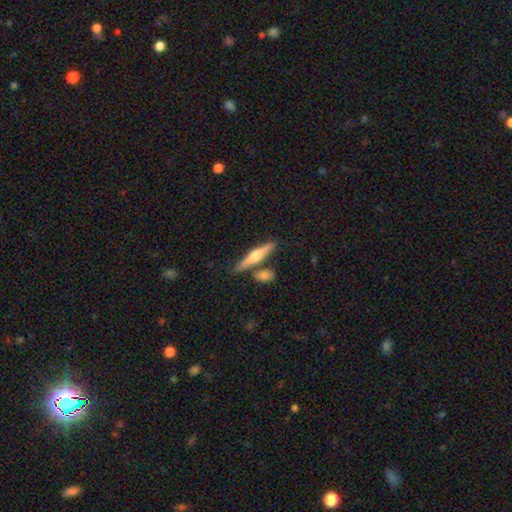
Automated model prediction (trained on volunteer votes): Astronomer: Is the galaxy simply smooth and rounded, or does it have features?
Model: featured or disk — 63%.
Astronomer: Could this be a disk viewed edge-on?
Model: yes — 97%.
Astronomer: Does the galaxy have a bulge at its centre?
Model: rounded — 92%.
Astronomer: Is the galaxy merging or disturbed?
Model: none — 73%.